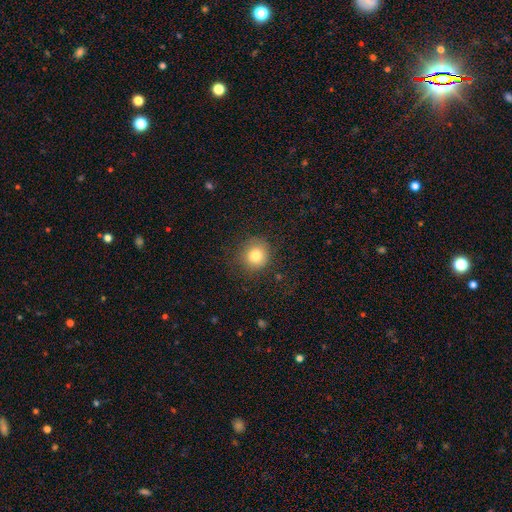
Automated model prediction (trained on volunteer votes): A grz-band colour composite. It shows a smooth galaxy with no disk features (80%) that is round (90%). Merging: none (83%).